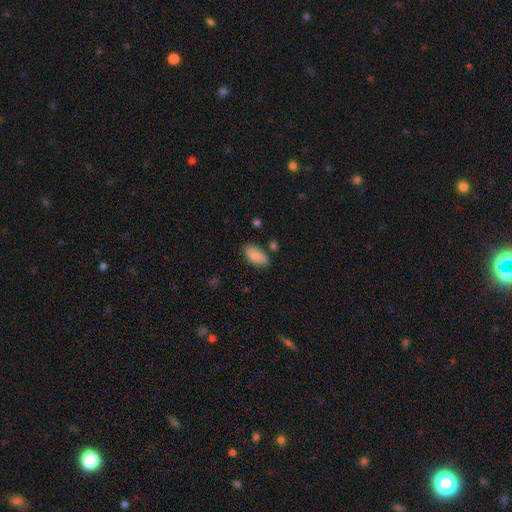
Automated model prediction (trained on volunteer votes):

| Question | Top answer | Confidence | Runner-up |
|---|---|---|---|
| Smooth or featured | smooth | 81% | featured or disk (11%) |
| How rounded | in between | 93% | round (4%) |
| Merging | none | 67% | minor disturbance (23%) |